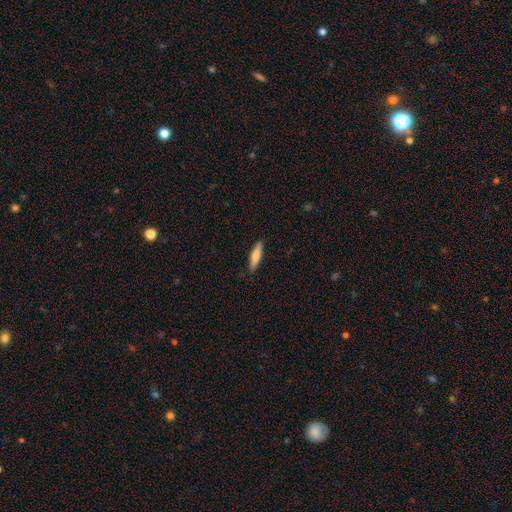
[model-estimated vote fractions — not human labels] A smooth galaxy with no disk features (71%) that is cigar-shaped (77%).

Vote fractions:
- Smooth or featured? smooth: 71% / featured or disk: 23% / star or artifact: 6%
- How rounded? cigar-shaped: 77% / in between: 21% / round: 2%
- Merging? none: 89% / minor disturbance: 8% / major disturbance: 2% / merger: 1%